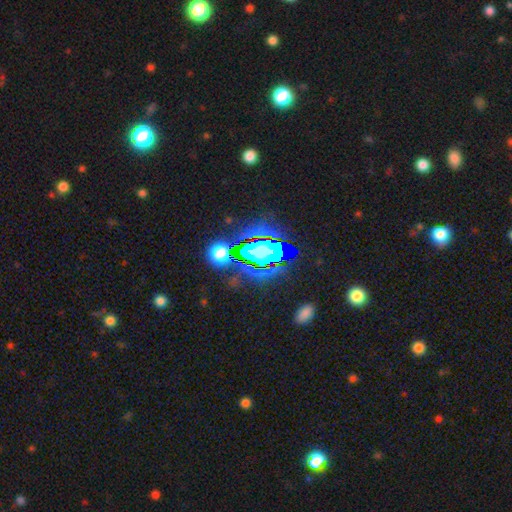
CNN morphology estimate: Smooth or featured? star or artifact (57%)